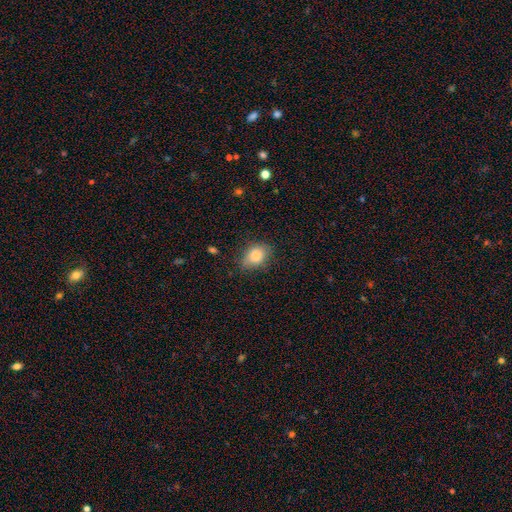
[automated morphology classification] This is clearly a smooth galaxy (85%). How rounded: likely in between (66%). Merging: likely none (70%).